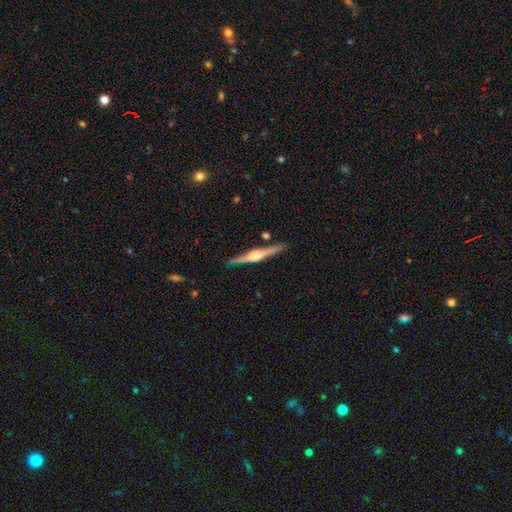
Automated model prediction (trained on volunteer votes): Overall: featured or disk (79%). Edge-on disk: yes (98%). Edge-on bulge: rounded (88%). Merging: none (88%).